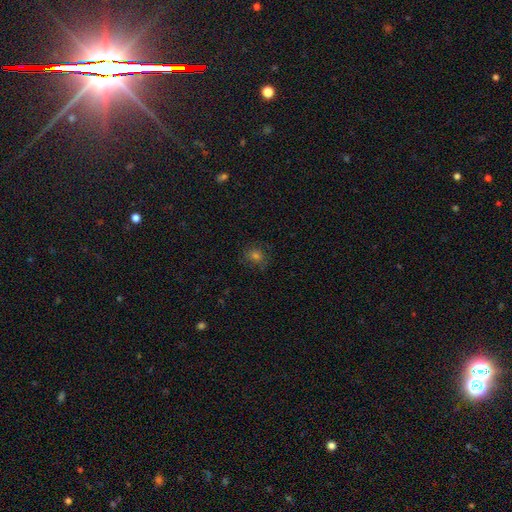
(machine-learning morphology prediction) A smooth galaxy with no disk features (60%) that is round (78%).

Vote fractions:
- Smooth or featured? smooth: 60% / star or artifact: 25% / featured or disk: 15%
- How rounded? round: 78% / in between: 21% / cigar-shaped: 1%
- Merging? none: 78% / minor disturbance: 15% / major disturbance: 6% / merger: 1%